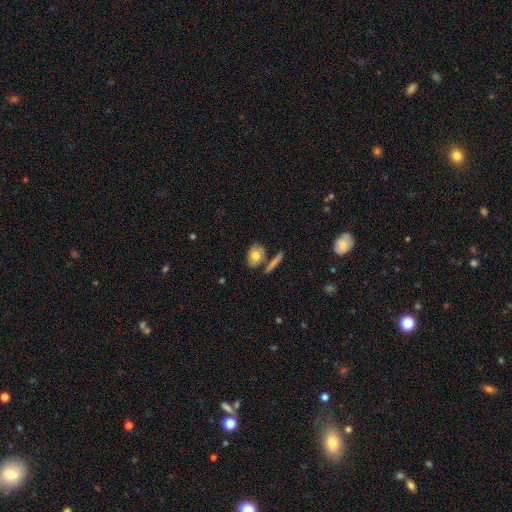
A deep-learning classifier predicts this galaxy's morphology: Smooth or featured? smooth (70%)
How rounded? in between (76%)
Merging? none (64%)